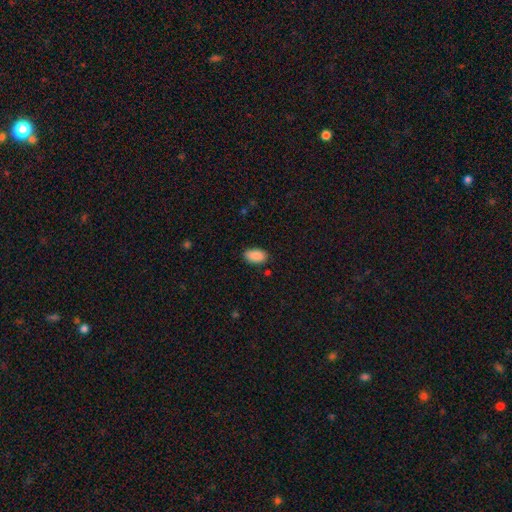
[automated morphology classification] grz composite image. It shows a smooth galaxy with no disk features (90%) that is in between round and cigar-shaped (94%). Merging: none (86%).